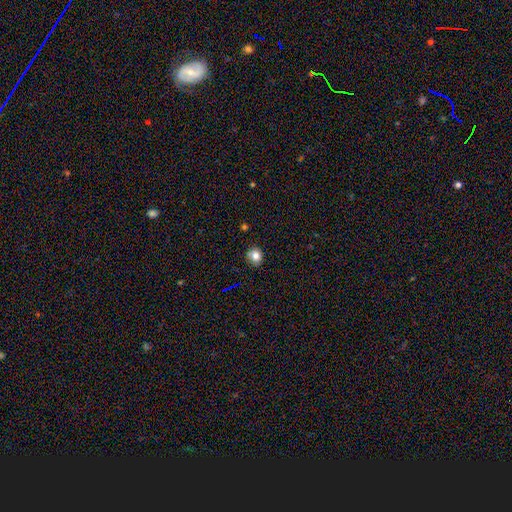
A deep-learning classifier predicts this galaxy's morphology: A smooth galaxy with no disk features (78%) that is round (79%).

Vote fractions:
- Smooth or featured? smooth: 78% / star or artifact: 13% / featured or disk: 9%
- How rounded? round: 79% / in between: 20% / cigar-shaped: 1%
- Merging? none: 82% / minor disturbance: 13% / major disturbance: 3% / merger: 2%